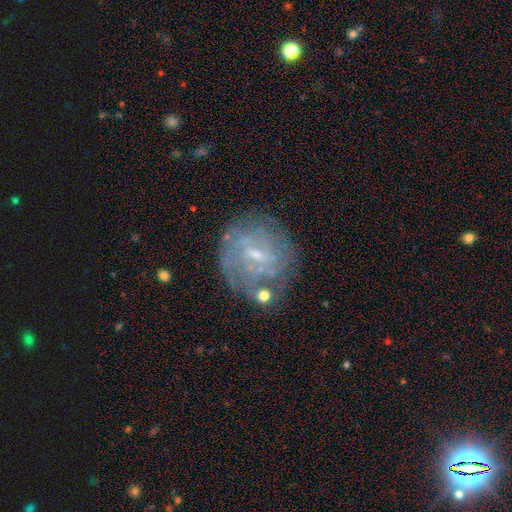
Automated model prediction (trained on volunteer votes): This is likely a featured or disk galaxy (71%). It is clearly not viewed edge-on (96%). Bar: possibly weak (56%). Spiral arm pattern: likely yes (69%). Central bulge: possibly small (58%). Merging: likely none (68%).